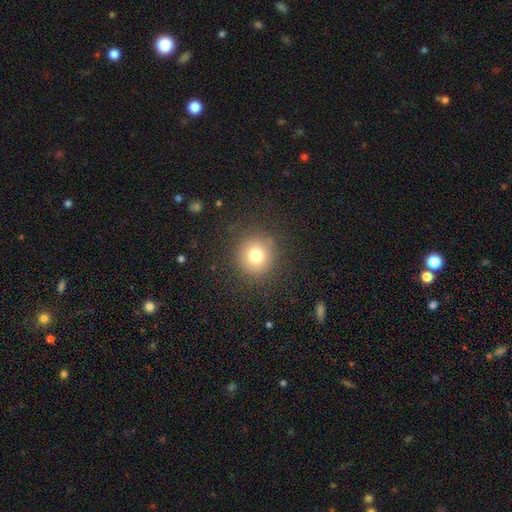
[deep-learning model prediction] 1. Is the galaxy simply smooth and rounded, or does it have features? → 78% smooth, 13% star or artifact, 9% featured or disk.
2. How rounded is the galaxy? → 91% round, 8% in between, 1% cigar-shaped.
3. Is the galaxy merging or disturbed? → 87% none, 8% minor disturbance, 4% major disturbance, 1% merger.